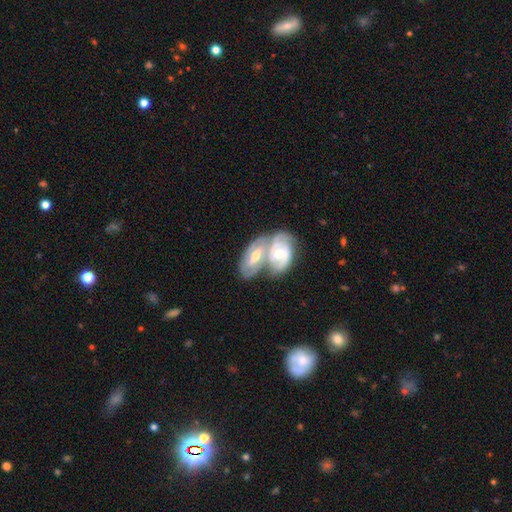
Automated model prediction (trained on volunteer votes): This appears to be a featured or disk galaxy (77%) with no bar (45%), 2 (44%) tight (59%) spiral arms (86%) and a moderate central bulge (69%). Merging: merger (73%).